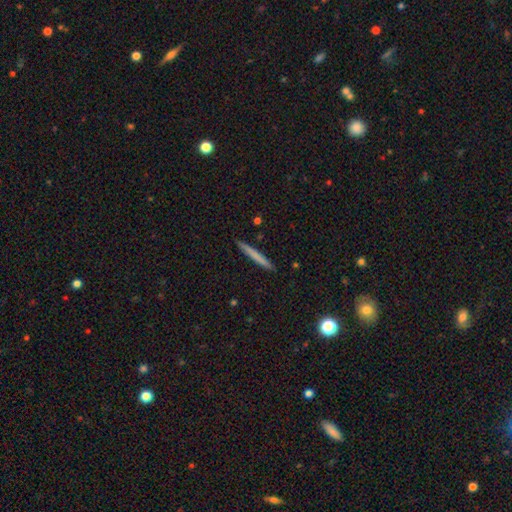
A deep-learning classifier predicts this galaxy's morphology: smooth-or-featured: smooth: 70% | featured or disk: 24% | star or artifact: 6%
  how-rounded: cigar-shaped: 97% | in between: 2% | round: 1%
  merging: none: 91% | minor disturbance: 6% | major disturbance: 1% | merger: 1%